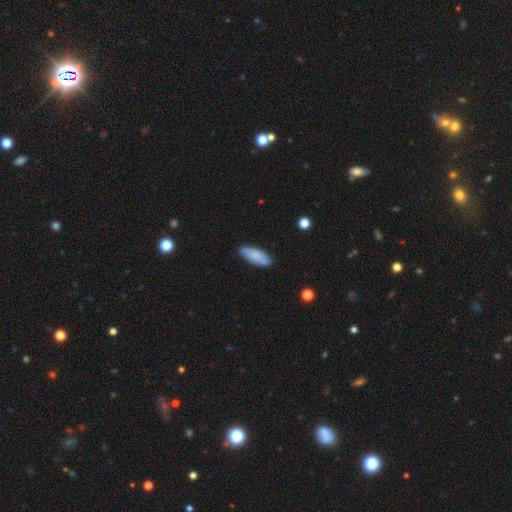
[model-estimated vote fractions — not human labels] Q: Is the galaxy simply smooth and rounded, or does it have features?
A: smooth — 80%.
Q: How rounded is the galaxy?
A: in between — 74%.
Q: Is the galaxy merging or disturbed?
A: none — 79%.